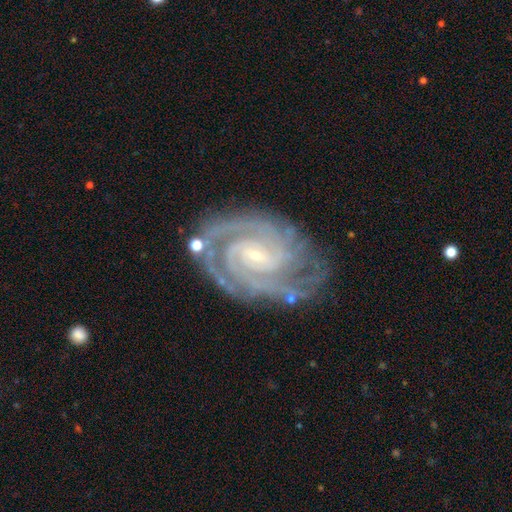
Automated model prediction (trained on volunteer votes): featured or disk 92%, star or artifact 5%, smooth 3%. Down the decision tree: edge-on disk — no (97%); bar — no (42%); spiral arms — yes (98%); spiral arm count — 2 (42%); spiral winding — tight (73%); bulge size — small (84%); merging — none (72%).